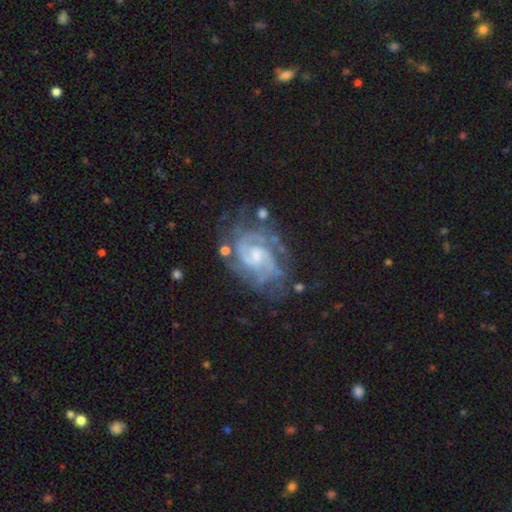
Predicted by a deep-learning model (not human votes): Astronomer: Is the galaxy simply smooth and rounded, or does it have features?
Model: featured or disk — 88%.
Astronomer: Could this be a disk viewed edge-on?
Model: no — 98%.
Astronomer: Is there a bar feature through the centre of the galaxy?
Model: no — 50% (runner-up: weak, 42%).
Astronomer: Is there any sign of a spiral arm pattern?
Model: yes — 96%.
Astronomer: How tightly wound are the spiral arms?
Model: tight — 55% (runner-up: medium, 38%).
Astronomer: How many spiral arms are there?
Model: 2 — 53%.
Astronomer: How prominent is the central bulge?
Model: small — 48% (runner-up: moderate, 40%).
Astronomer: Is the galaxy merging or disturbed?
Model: none — 65%.